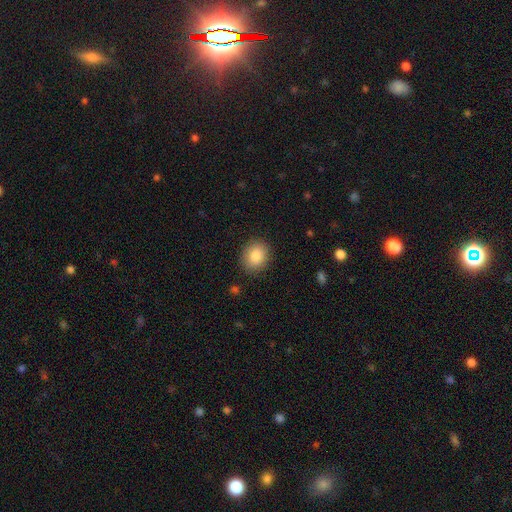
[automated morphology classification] Q: Smooth or featured?
A: smooth (87%); runner-up: star or artifact (8%)
Q: How rounded?
A: round (57%); runner-up: in between (42%)
Q: Merging?
A: none (87%); runner-up: minor disturbance (9%)